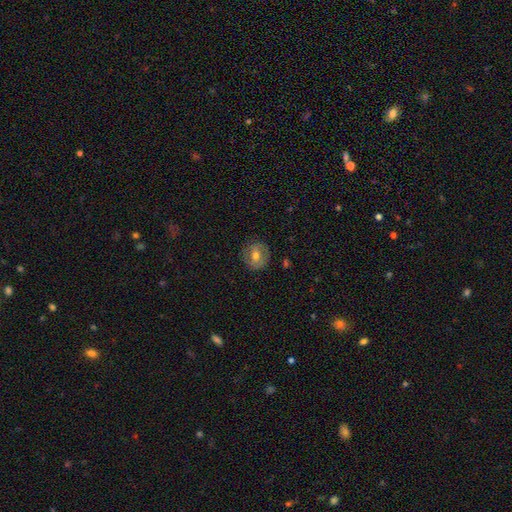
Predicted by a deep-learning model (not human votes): This is possibly a smooth galaxy (51%). How rounded: clearly round (84%). Merging: clearly none (83%).